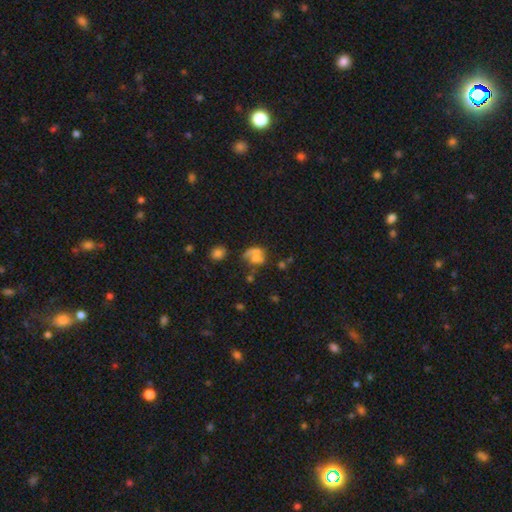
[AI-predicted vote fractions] Smooth or featured?
  - smooth: 46% *
  - featured or disk: 36%
  - star or artifact: 18%
Merging?
  - merger: 35% *
  - none: 27%
  - major disturbance: 23%
  - minor disturbance: 15%